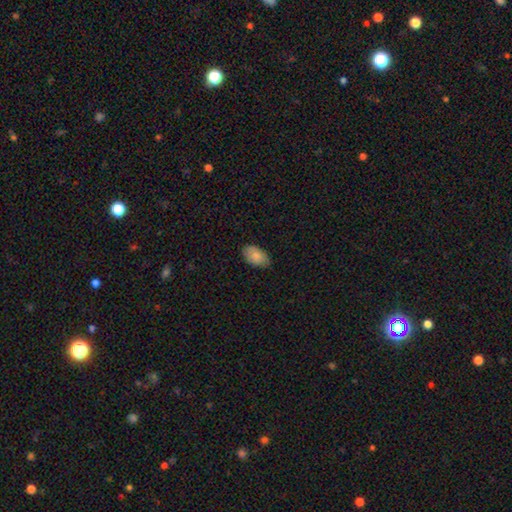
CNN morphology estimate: A smooth galaxy with no disk features (84%) that is in between round and cigar-shaped (93%). Merging: none (78%).